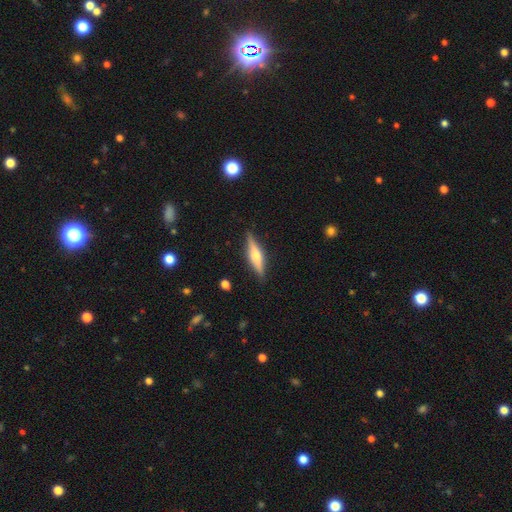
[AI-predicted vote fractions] featured or disk 59%, smooth 34%, star or artifact 6%. Down the decision tree: edge-on disk — yes (96%); edge-on bulge — rounded (83%); merging — none (88%).